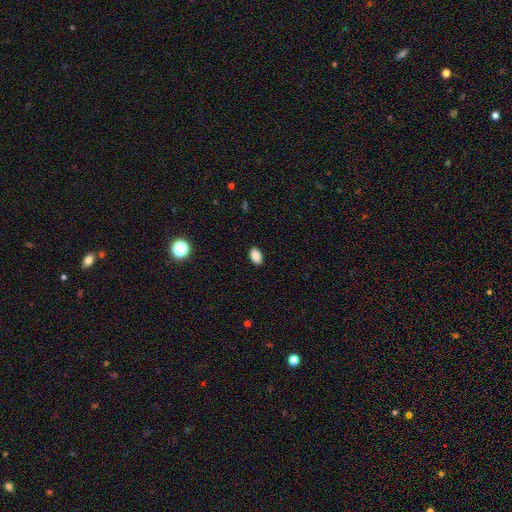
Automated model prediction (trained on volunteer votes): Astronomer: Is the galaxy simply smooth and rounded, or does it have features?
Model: smooth — 87%.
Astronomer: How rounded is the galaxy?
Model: in between — 91%.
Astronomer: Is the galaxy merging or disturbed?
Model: none — 89%.